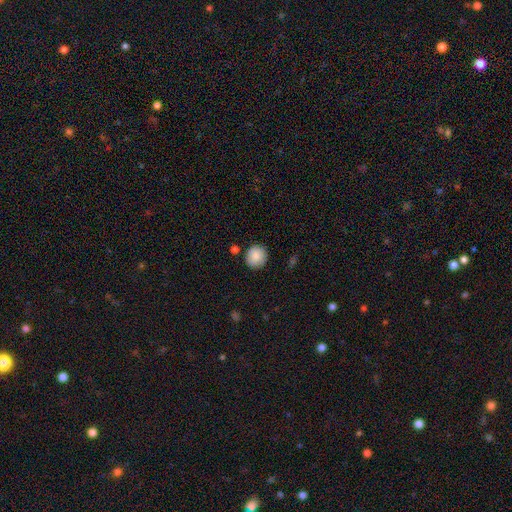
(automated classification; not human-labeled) The model was most divided on "merging": none: 83%, minor disturbance: 11%, merger: 3%, major disturbance: 3%. More confident: how rounded — round (89%); smooth or featured — smooth (87%).